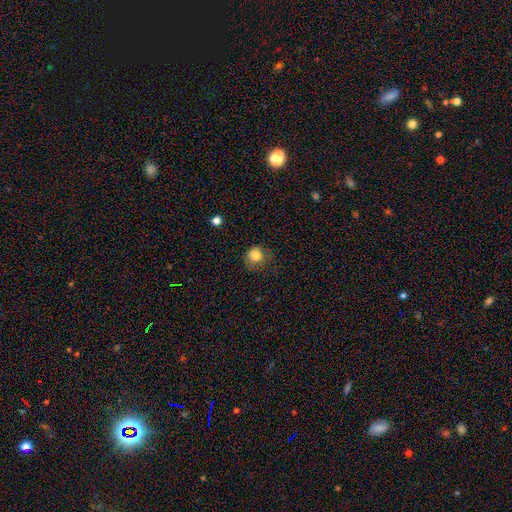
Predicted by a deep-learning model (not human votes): The model was most divided on "merging": none: 53%, minor disturbance: 29%, major disturbance: 17%, merger: 2%. More confident: smooth or featured — smooth (81%); how rounded — round (79%).